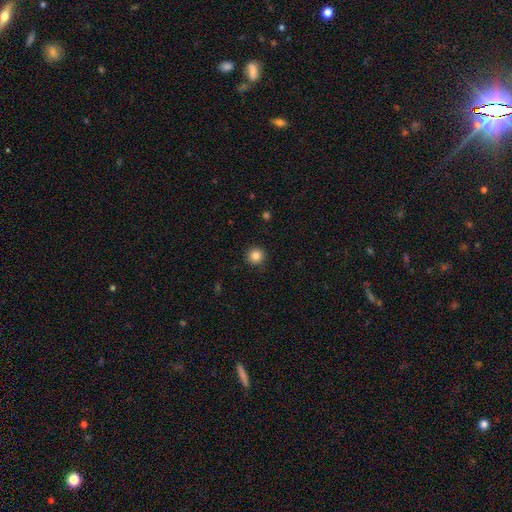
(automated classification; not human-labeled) Smooth or featured? Predicted: smooth (p=0.85). How rounded? Predicted: round (p=0.95). Merging? Predicted: none (p=0.92).